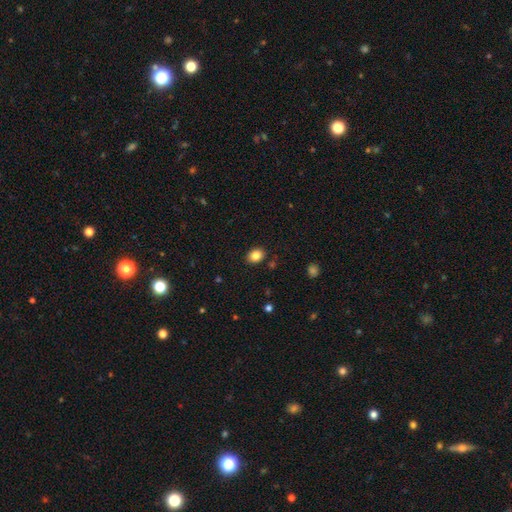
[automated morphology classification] This is clearly a smooth galaxy (84%). How rounded: possibly in between (56%). Merging: clearly none (88%).